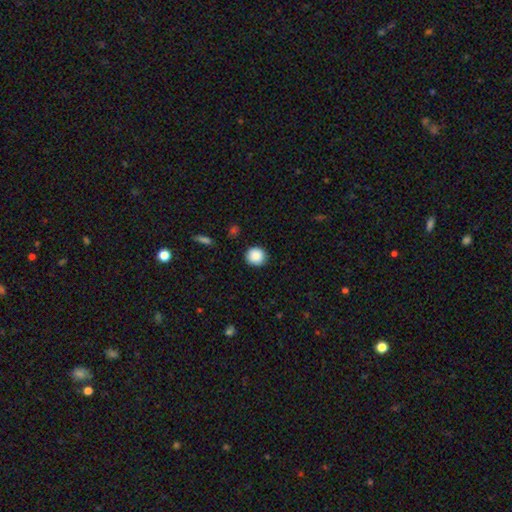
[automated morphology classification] type=smooth (88%); roundness=round (91%); merging=none (90%).